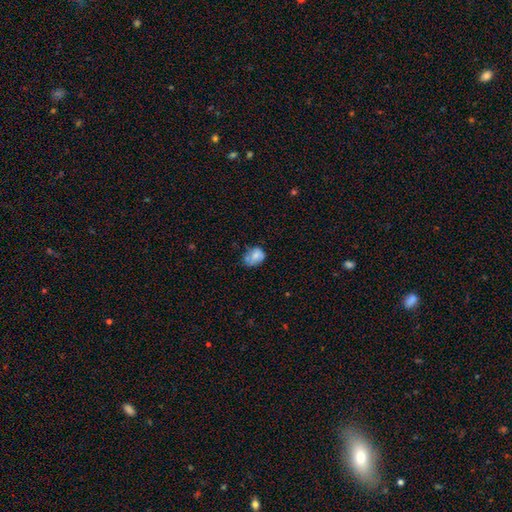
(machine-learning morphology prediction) This is likely a smooth galaxy (71%). How rounded: likely in between (63%). Merging: marginally none (44%).